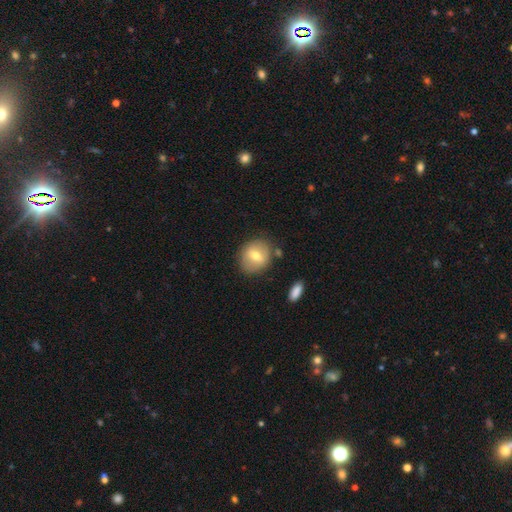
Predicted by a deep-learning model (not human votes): Smooth or featured? Predicted: smooth (p=0.62). How rounded? Predicted: round (p=0.64). Merging? Predicted: none (p=0.79).